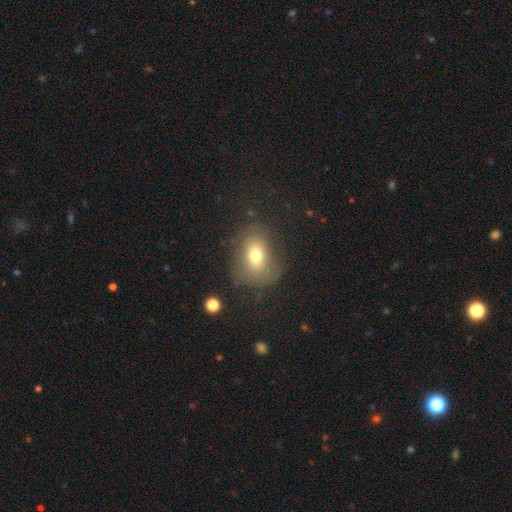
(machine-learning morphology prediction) Smooth or featured?
  - smooth: 71% *
  - featured or disk: 16%
  - star or artifact: 13%
How rounded?
  - in between: 65% *
  - round: 33%
  - cigar-shaped: 2%
Merging?
  - none: 66% *
  - minor disturbance: 19%
  - major disturbance: 12%
  - merger: 2%